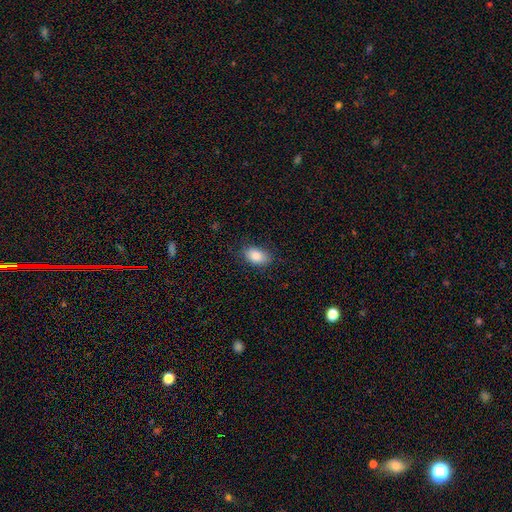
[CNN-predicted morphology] type=smooth (87%); roundness=in between (89%); merging=none (82%).